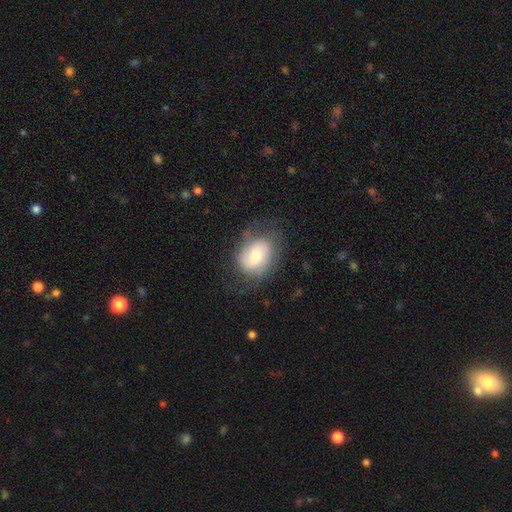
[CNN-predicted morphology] Smooth or featured? Predicted: smooth (p=0.46, tied with featured or disk). Merging? Predicted: none (p=0.57).